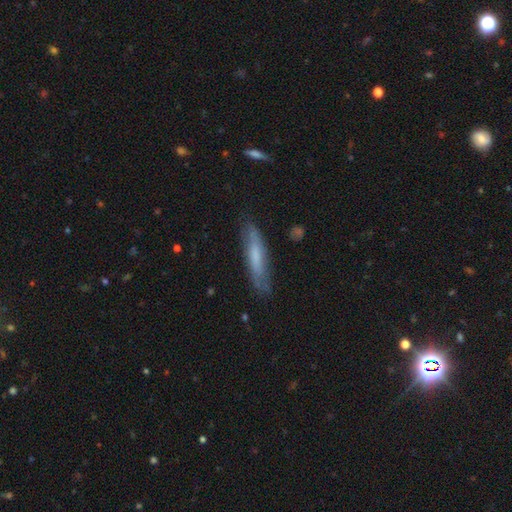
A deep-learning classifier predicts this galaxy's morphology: smooth 54%, featured or disk 39%, star or artifact 7%. Down the decision tree: how rounded — cigar-shaped (83%); merging — none (75%).